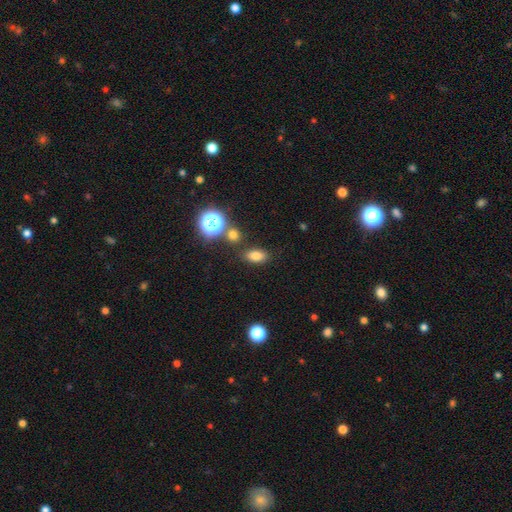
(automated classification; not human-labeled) Morphology: type=smooth (75%); roundness=in between (81%); merging=none (80%).